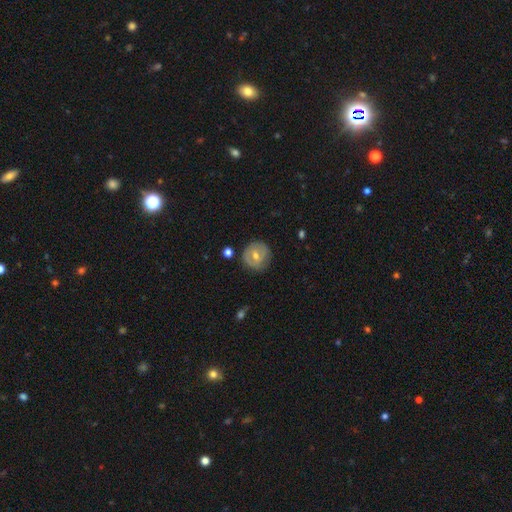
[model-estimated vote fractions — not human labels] The model was most divided on "bar": no: 47%, weak: 41%, strong: 12%. More confident: edge-on disk — no (96%); merging — none (82%); spiral arms — yes (63%); bulge size — moderate (58%); smooth or featured — featured or disk (56%).